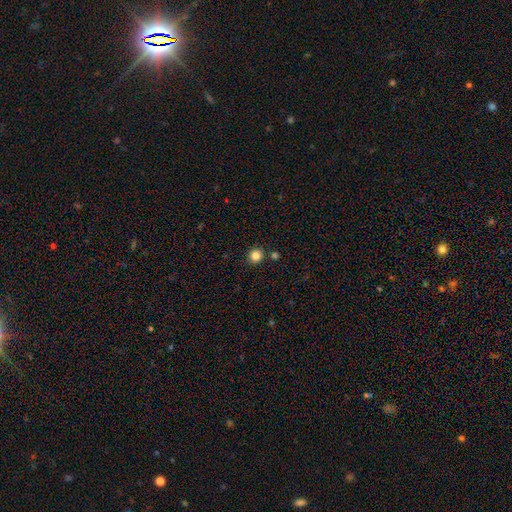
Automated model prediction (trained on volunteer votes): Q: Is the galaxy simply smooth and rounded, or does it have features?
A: smooth — 83%.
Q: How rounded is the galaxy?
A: round — 91%.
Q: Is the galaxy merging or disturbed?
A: none — 87%.